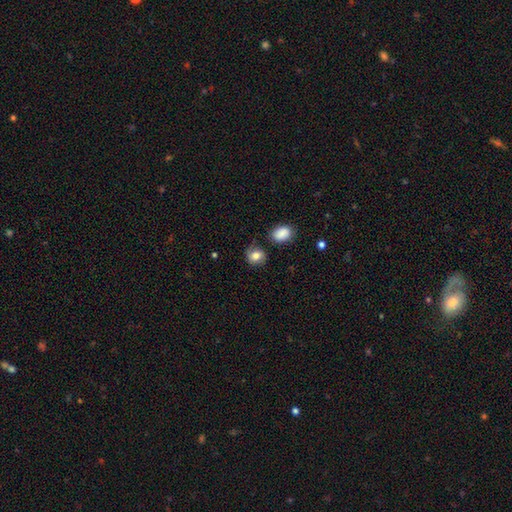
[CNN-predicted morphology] A smooth galaxy with no disk features (73%) that is round (66%). Merging: none (68%).